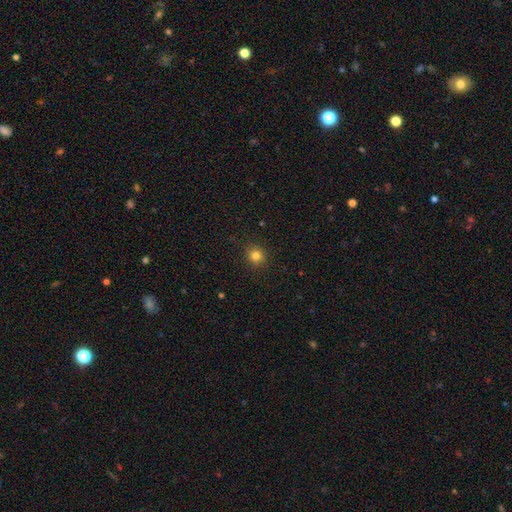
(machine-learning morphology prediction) A smooth galaxy with no disk features (82%) that is round (87%).

Vote fractions:
- Smooth or featured? smooth: 82% / star or artifact: 13% / featured or disk: 5%
- How rounded? round: 87% / in between: 12% / cigar-shaped: 1%
- Merging? none: 90% / minor disturbance: 7% / major disturbance: 2% / merger: 1%